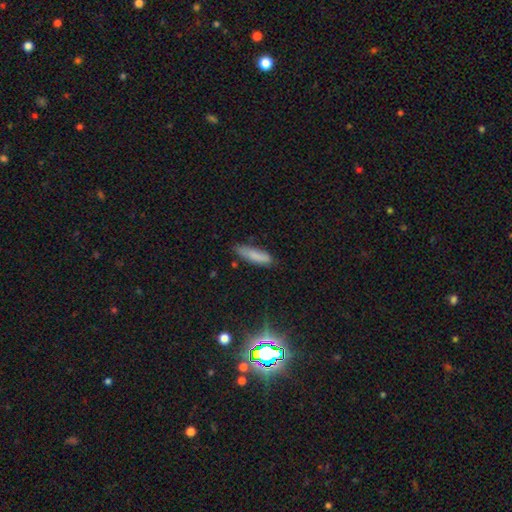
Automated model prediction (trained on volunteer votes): Smooth or featured?
  - smooth: 80% *
  - featured or disk: 10%
  - star or artifact: 9%
How rounded?
  - cigar-shaped: 71% *
  - in between: 27%
  - round: 2%
Merging?
  - none: 79% *
  - minor disturbance: 16%
  - major disturbance: 3%
  - merger: 2%